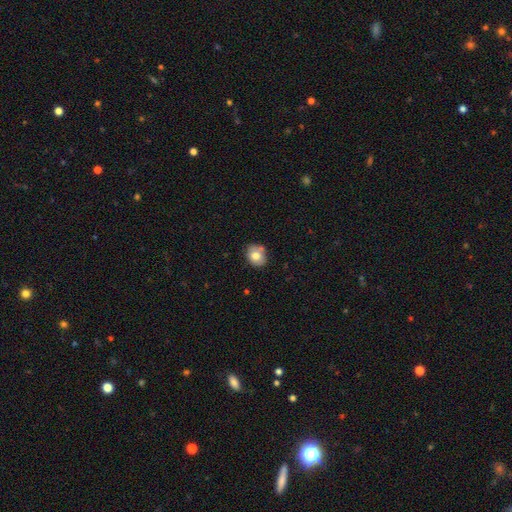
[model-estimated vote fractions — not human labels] smooth 75%, featured or disk 17%, star or artifact 9%. Down the decision tree: how rounded — round (52%); merging — none (66%).